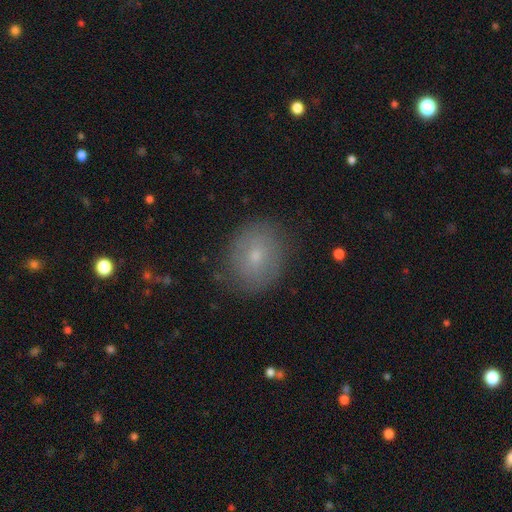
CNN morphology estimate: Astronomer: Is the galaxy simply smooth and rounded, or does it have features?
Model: smooth — 63%.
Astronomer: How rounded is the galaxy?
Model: round — 59% (runner-up: in between, 40%).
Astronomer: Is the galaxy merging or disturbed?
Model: none — 81%.